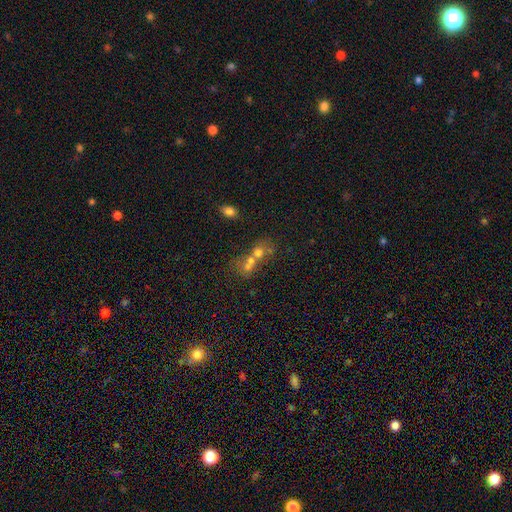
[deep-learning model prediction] This is possibly a smooth galaxy (50%). How rounded: possibly round (56%). Merging: likely merger (62%).